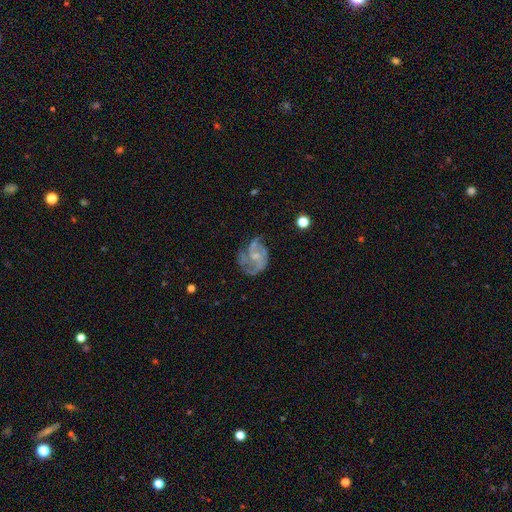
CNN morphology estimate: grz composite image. It shows a featured or disk galaxy (79%) with no bar (66%), 3 (36%) medium (50%) spiral arms (89%) and a small central bulge (60%). Merging: none (53%).